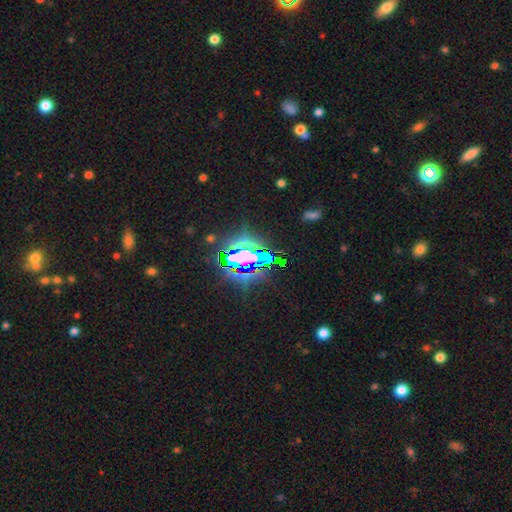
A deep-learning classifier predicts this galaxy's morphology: star or artifact 72%, smooth 15%, featured or disk 13%.